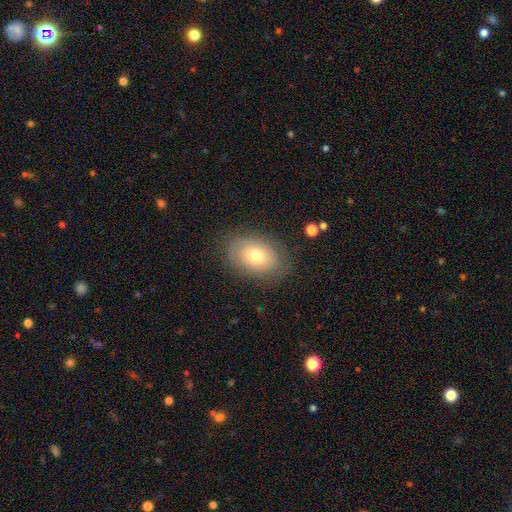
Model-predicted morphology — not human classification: Smooth or featured? smooth (66%)
How rounded? in between (85%)
Merging? none (79%)